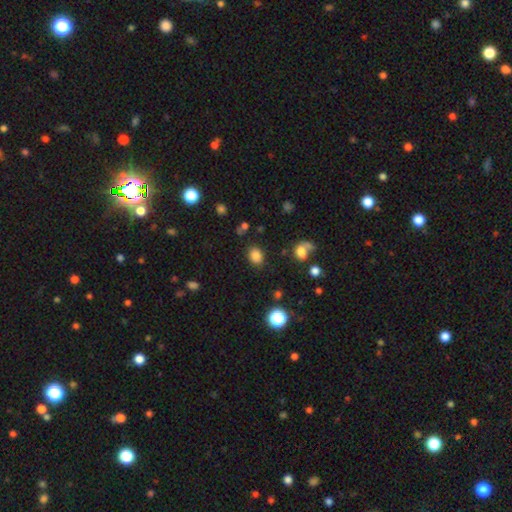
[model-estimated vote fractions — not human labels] Overall: smooth (82%). How rounded: in between (60%; round 39%). Merging: none (82%).